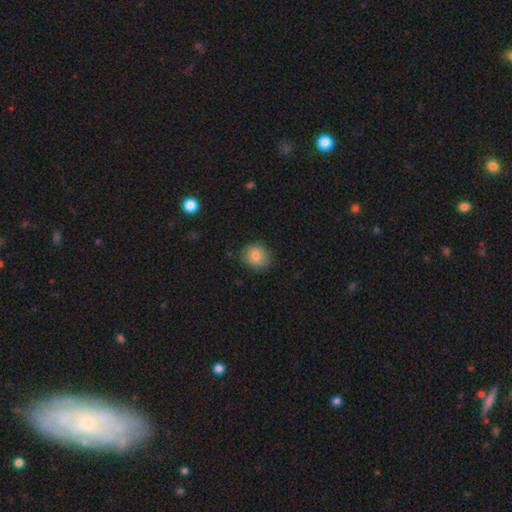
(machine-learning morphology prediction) This is clearly a smooth galaxy (83%). How rounded: clearly round (81%). Merging: clearly none (86%).